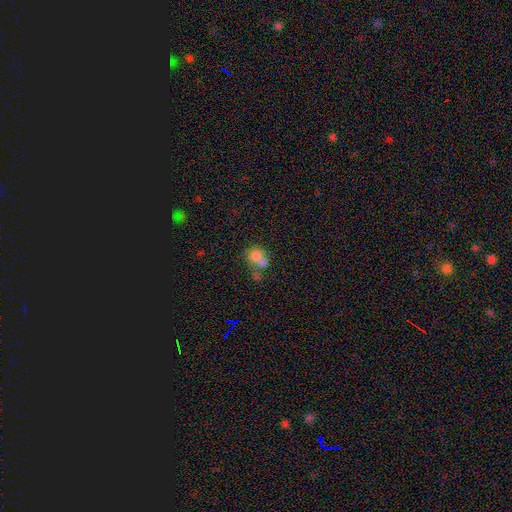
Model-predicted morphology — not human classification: smooth_or_featured: smooth (p=0.70) [alt: featured or disk p=0.18]
how_rounded: round (p=0.70) [alt: in between p=0.29]
merging: merger (p=0.58) [alt: none p=0.27]